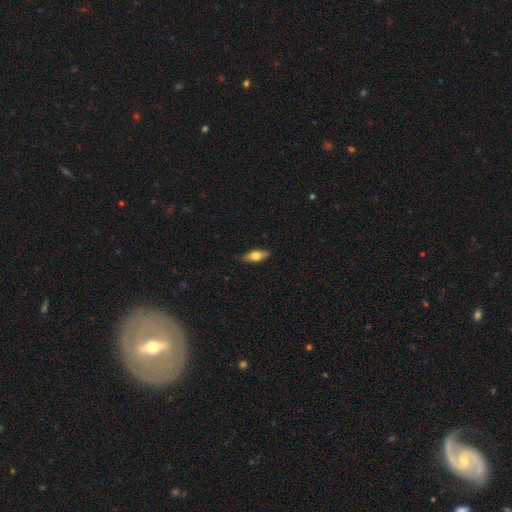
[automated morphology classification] Smooth or featured? smooth (64%)
How rounded? in between (73%)
Merging? none (86%)